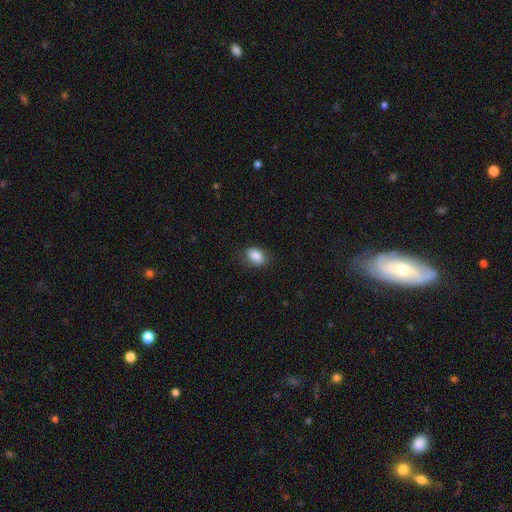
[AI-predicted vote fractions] smooth-or-featured: smooth: 87% | star or artifact: 8% | featured or disk: 5%
  how-rounded: in between: 78% | round: 21% | cigar-shaped: 1%
  merging: none: 84% | minor disturbance: 13% | major disturbance: 3% | merger: 1%